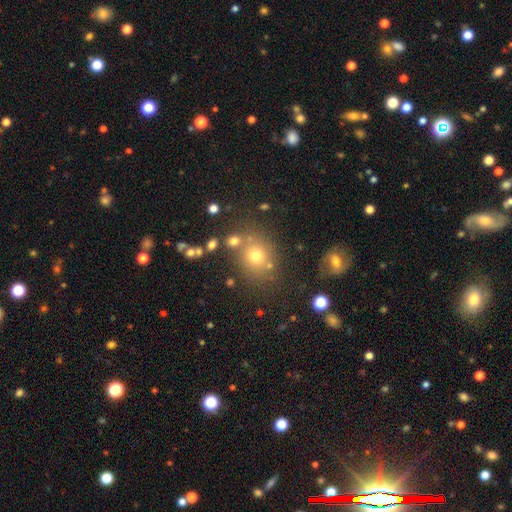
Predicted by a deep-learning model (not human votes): Smooth or featured? Predicted: smooth (p=0.69). How rounded? Predicted: round (p=0.66). Merging? Predicted: none (p=0.71).